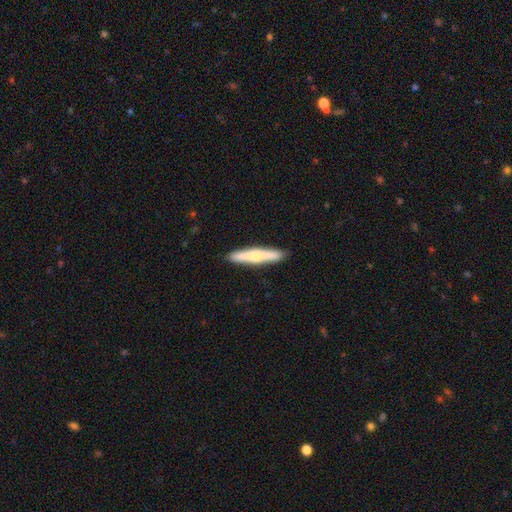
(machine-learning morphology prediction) This is possibly a smooth galaxy (56%). How rounded: clearly cigar-shaped (92%). Merging: clearly none (91%).